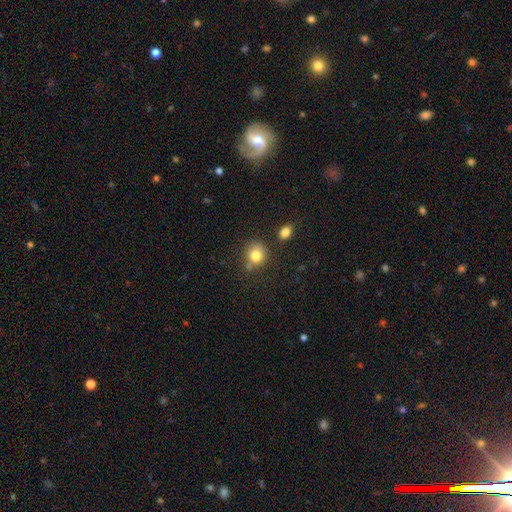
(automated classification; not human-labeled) Overall: smooth (80%). How rounded: round (79%). Merging: none (65%).